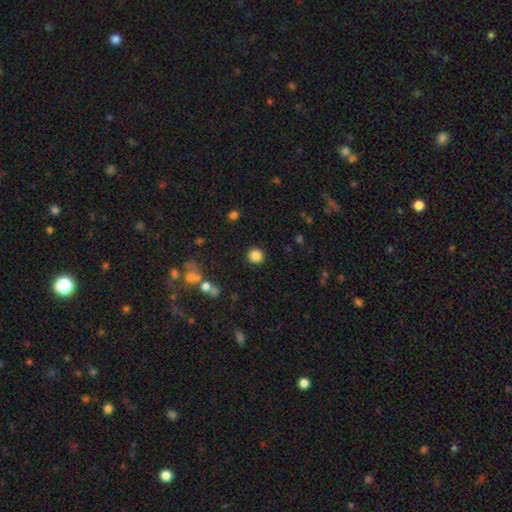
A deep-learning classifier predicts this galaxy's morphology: Smooth or featured? smooth (85%)
How rounded? round (90%)
Merging? none (90%)